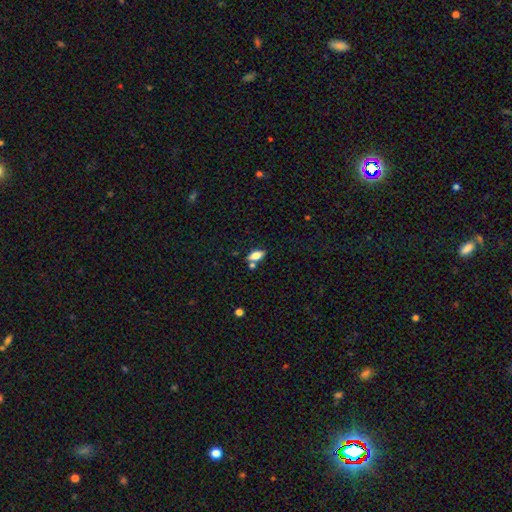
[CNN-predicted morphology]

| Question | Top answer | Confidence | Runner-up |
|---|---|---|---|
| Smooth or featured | smooth | 72% | featured or disk (19%) |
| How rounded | in between | 83% | cigar-shaped (13%) |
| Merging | none | 68% | merger (15%) |